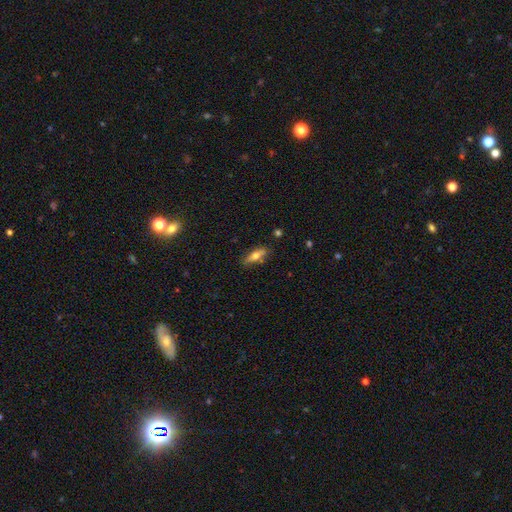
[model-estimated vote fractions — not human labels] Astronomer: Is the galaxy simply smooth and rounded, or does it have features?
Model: smooth — 58% (runner-up: featured or disk, 34%).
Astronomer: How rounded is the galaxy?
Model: in between — 50% (runner-up: cigar-shaped, 47%).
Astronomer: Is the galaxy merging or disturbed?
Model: none — 81%.